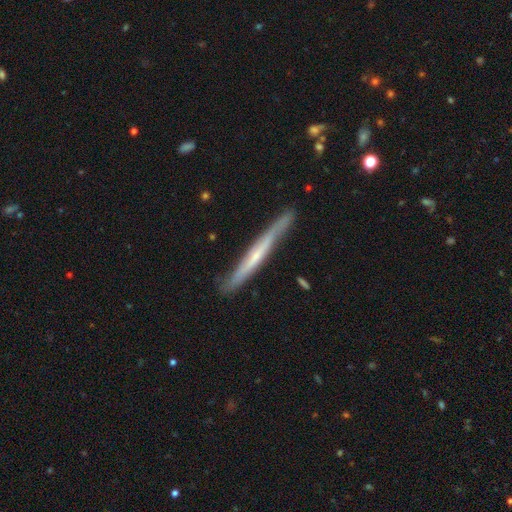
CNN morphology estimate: featured or disk 61%, smooth 34%, star or artifact 5%. Down the decision tree: edge-on disk — yes (92%); edge-on bulge — none (61%); merging — none (81%).